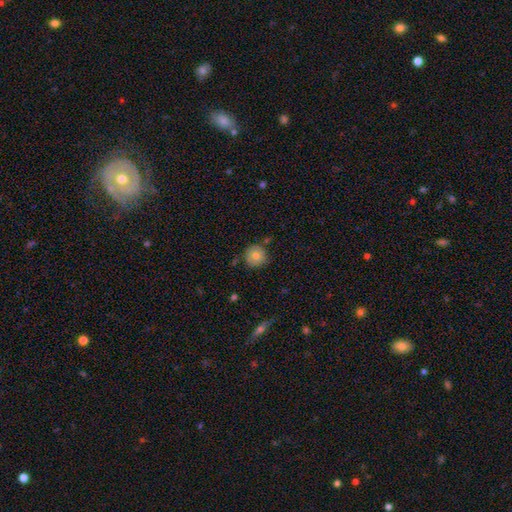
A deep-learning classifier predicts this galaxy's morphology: A smooth galaxy with no disk features (71%) that is round (94%). Merging: none (81%).